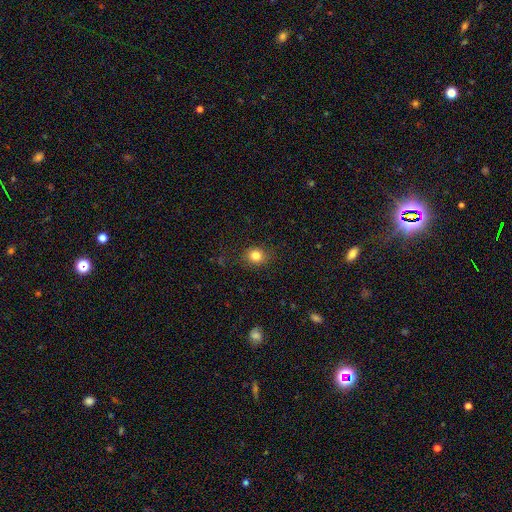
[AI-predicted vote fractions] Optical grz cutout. It shows a smooth galaxy with no disk features (82%) that is round (72%). Merging: none (85%).